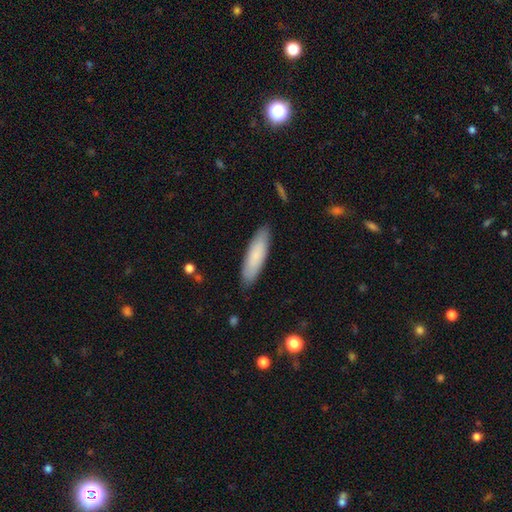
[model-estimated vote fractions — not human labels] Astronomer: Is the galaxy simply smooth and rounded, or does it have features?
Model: smooth — 80%.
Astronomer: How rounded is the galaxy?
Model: cigar-shaped — 62%.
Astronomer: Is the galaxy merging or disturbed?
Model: none — 87%.